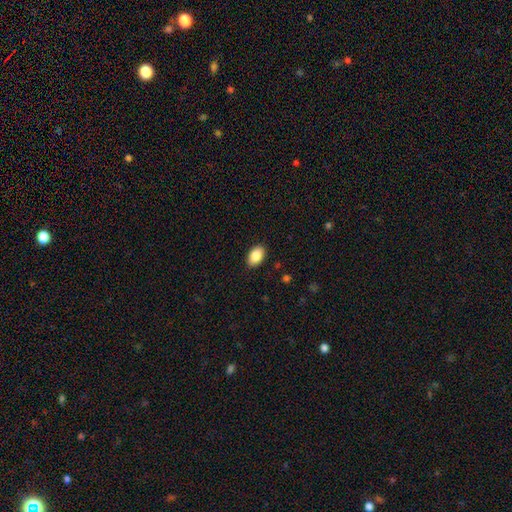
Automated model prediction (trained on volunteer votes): Smooth or featured? Predicted: smooth (p=0.87). How rounded? Predicted: in between (p=0.92). Merging? Predicted: none (p=0.89).